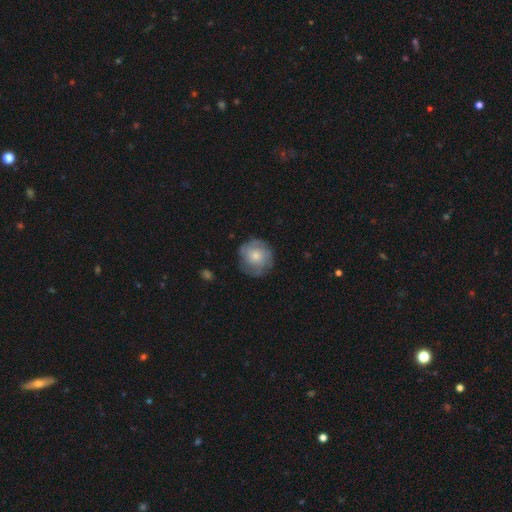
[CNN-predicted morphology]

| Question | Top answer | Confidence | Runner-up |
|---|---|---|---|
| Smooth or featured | smooth | 56% | featured or disk (37%) |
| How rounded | round | 90% | in between (9%) |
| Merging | none | 73% | minor disturbance (19%) |